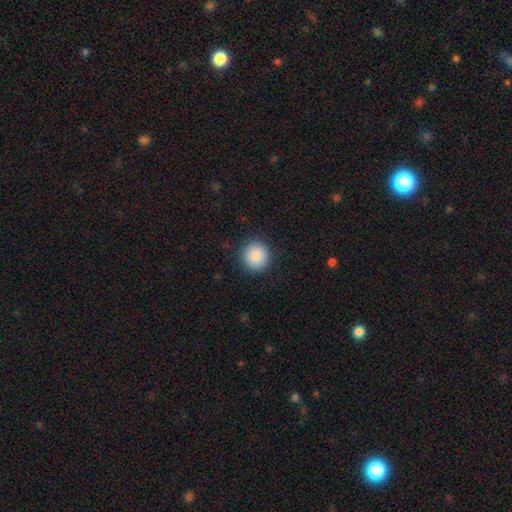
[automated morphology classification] A smooth galaxy with no disk features (89%) that is round (94%).

Vote fractions:
- Smooth or featured? smooth: 89% / star or artifact: 8% / featured or disk: 3%
- How rounded? round: 94% / in between: 5% / cigar-shaped: 1%
- Merging? none: 91% / minor disturbance: 6% / major disturbance: 2% / merger: 1%